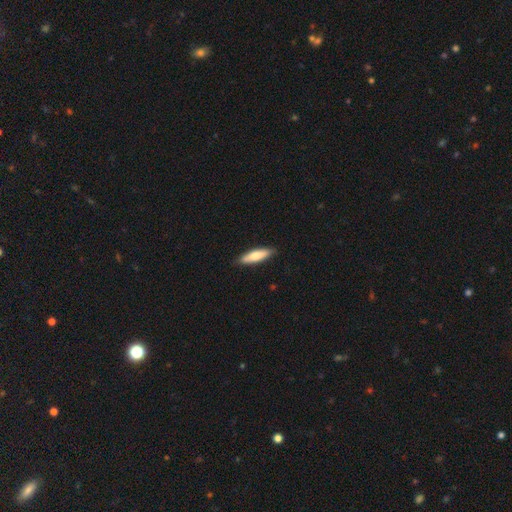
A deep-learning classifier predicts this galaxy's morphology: Smooth or featured? Predicted: smooth (p=0.73). How rounded? Predicted: cigar-shaped (p=0.71). Merging? Predicted: none (p=0.88).